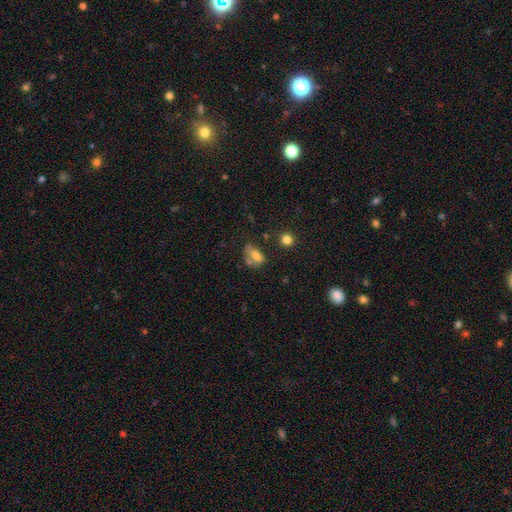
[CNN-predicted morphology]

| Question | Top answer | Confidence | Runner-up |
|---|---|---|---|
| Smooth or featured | smooth | 63% | featured or disk (25%) |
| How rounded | in between | 80% | round (16%) |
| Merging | none | 33% | minor disturbance (25%) |